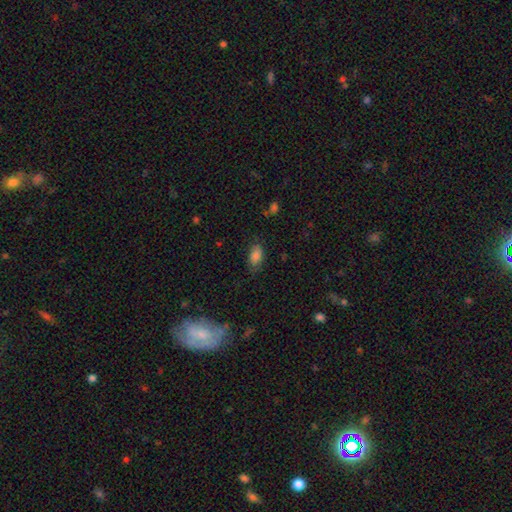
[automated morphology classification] A smooth galaxy with no disk features (84%) that is in between round and cigar-shaped (92%).

Vote fractions:
- Smooth or featured? smooth: 84% / star or artifact: 9% / featured or disk: 7%
- How rounded? in between: 92% / round: 5% / cigar-shaped: 3%
- Merging? none: 73% / minor disturbance: 20% / major disturbance: 6% / merger: 1%